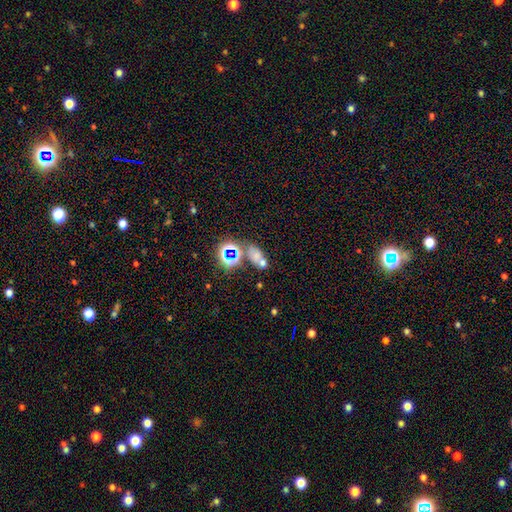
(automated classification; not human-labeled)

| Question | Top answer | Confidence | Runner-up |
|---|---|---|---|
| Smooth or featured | smooth | 52% | star or artifact (34%) |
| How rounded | in between | 61% | round (35%) |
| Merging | merger | 41% | none (38%) |